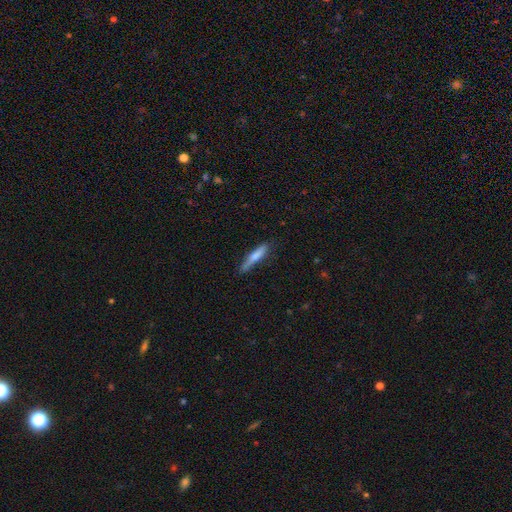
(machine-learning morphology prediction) smooth-or-featured: smooth: 69% | featured or disk: 25% | star or artifact: 6%
  how-rounded: cigar-shaped: 89% | in between: 10% | round: 1%
  merging: none: 76% | minor disturbance: 19% | major disturbance: 3% | merger: 2%